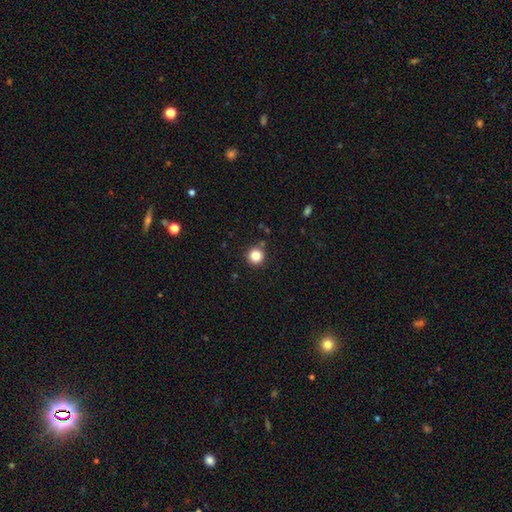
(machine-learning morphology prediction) smooth_or_featured: smooth (p=0.83) [alt: star or artifact p=0.12]
how_rounded: round (p=0.95) [alt: in between p=0.04]
merging: none (p=0.89) [alt: minor disturbance p=0.06]